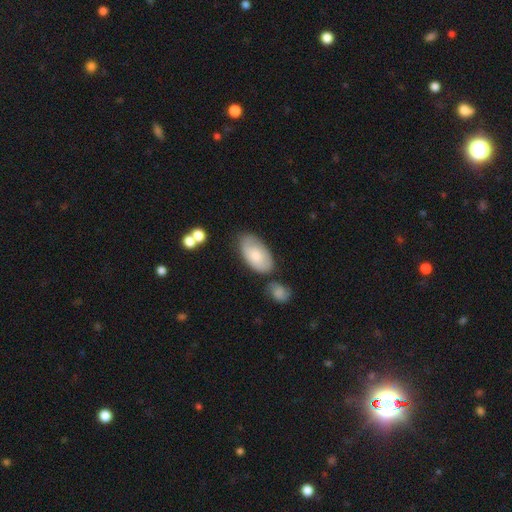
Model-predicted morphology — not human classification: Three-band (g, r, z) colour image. It shows a smooth galaxy with no disk features (71%) that is in between round and cigar-shaped (95%). Merging: none (64%).